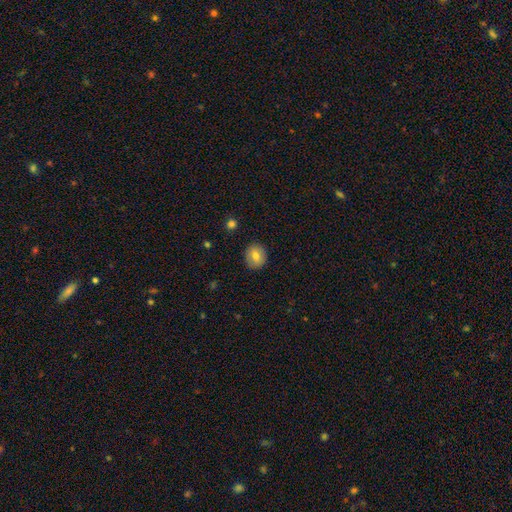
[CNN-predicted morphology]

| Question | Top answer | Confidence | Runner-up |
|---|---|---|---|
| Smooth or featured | smooth | 76% | featured or disk (15%) |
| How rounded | round | 80% | in between (19%) |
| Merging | none | 90% | minor disturbance (7%) |